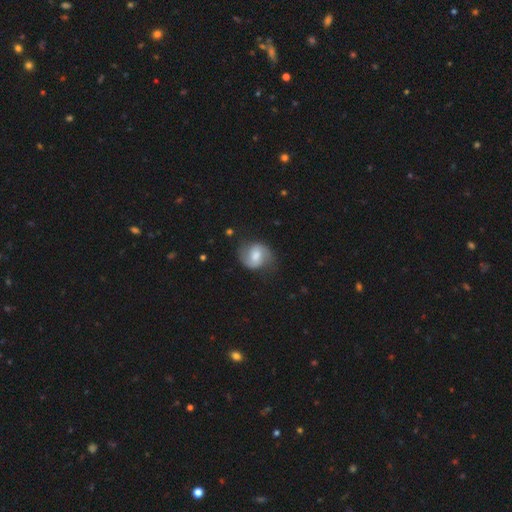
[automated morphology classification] The model was most divided on "spiral winding": medium: 48%, loose: 34%, tight: 18%. More confident: edge-on disk — no (97%); spiral arms — yes (89%); spiral arm count — 2 (89%); merging — none (72%); smooth or featured — featured or disk (62%); bulge size — moderate (54%); bar — weak (51%).